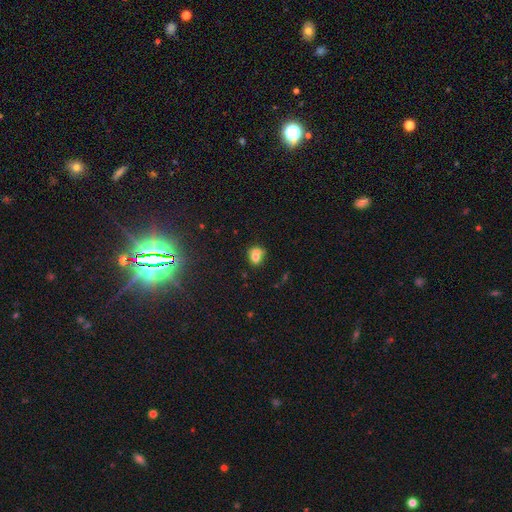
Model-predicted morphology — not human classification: Overall: smooth (69%). How rounded: round (55%; in between 43%). Merging: merger (43%; none 34%).